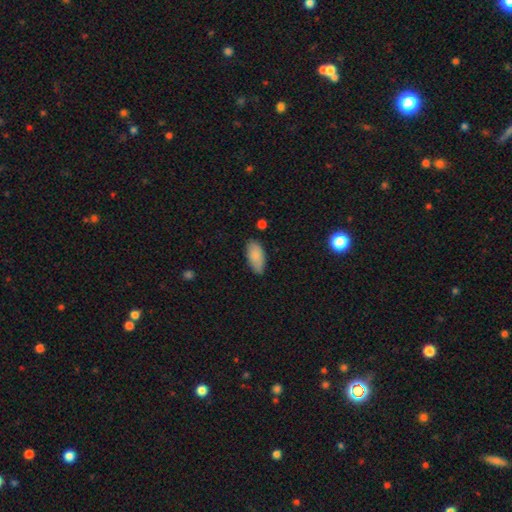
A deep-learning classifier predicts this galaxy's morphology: smooth 87%, featured or disk 7%, star or artifact 6%. Down the decision tree: how rounded — in between (91%); merging — none (76%).